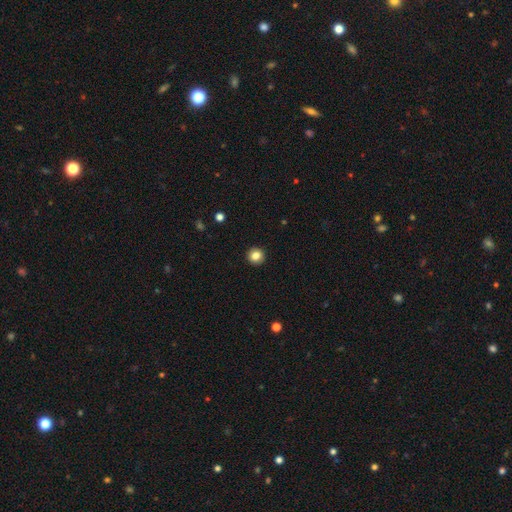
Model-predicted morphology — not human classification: The model was most divided on "smooth or featured": smooth: 84%, star or artifact: 10%, featured or disk: 6%. More confident: how rounded — round (94%); merging — none (93%).